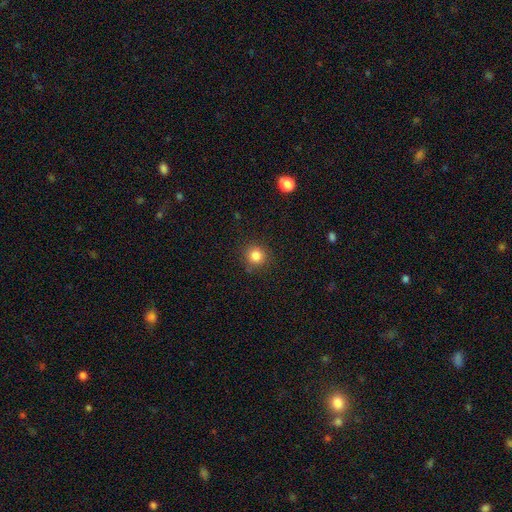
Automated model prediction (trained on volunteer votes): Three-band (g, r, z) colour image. It shows a smooth galaxy with no disk features (83%) that is round (92%). Merging: none (86%).